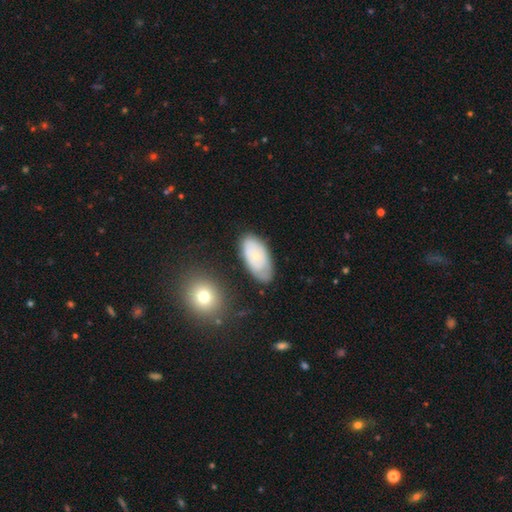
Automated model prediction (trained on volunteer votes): This is possibly a smooth galaxy (56%). How rounded: clearly in between (93%). Merging: likely none (71%).